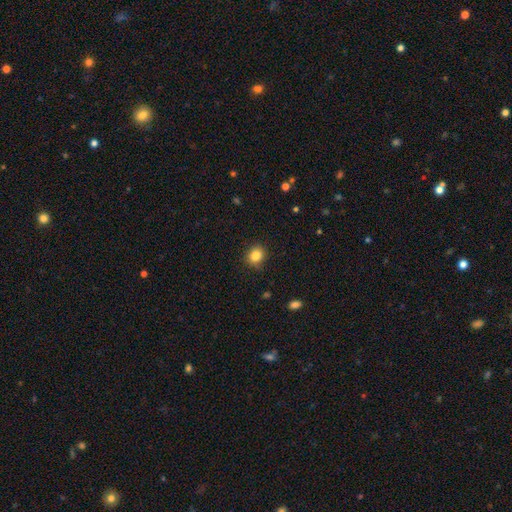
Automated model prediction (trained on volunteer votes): Smooth or featured?
  - smooth: 84% *
  - star or artifact: 11%
  - featured or disk: 5%
How rounded?
  - round: 73% *
  - in between: 26%
  - cigar-shaped: 1%
Merging?
  - none: 87% *
  - minor disturbance: 9%
  - major disturbance: 2%
  - merger: 1%